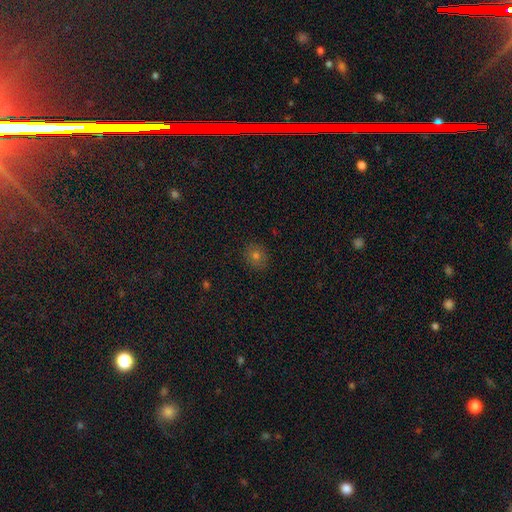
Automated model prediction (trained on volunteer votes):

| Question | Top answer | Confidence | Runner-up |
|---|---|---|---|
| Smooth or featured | smooth | 71% | star or artifact (19%) |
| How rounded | round | 80% | in between (19%) |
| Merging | none | 88% | minor disturbance (9%) |